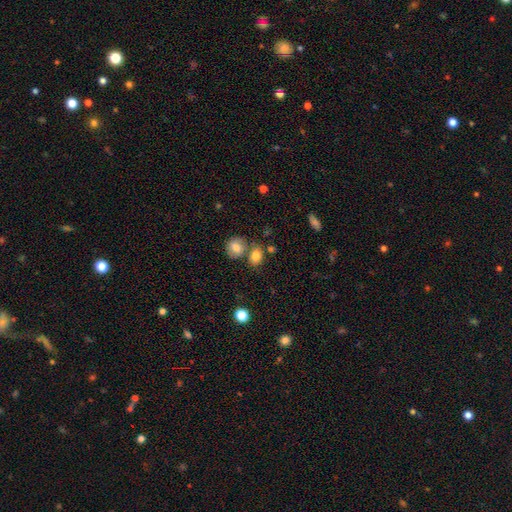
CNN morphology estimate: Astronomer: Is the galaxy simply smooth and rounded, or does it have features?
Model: smooth — 81%.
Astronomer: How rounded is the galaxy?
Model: in between — 58% (runner-up: round, 40%).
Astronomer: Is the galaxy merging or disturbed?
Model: none — 58%.